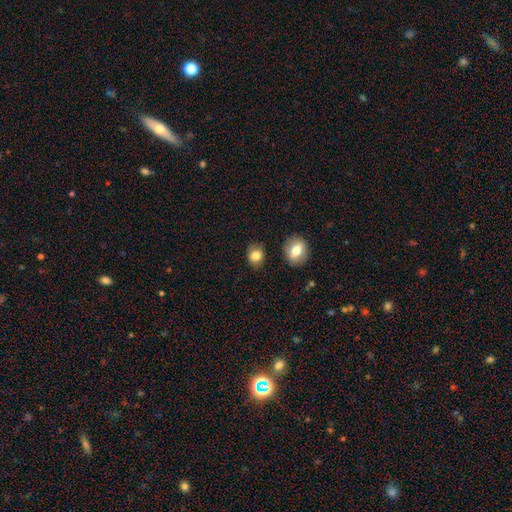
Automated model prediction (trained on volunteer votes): Morphology: type=smooth (81%); roundness=round (60%); merging=none (81%).